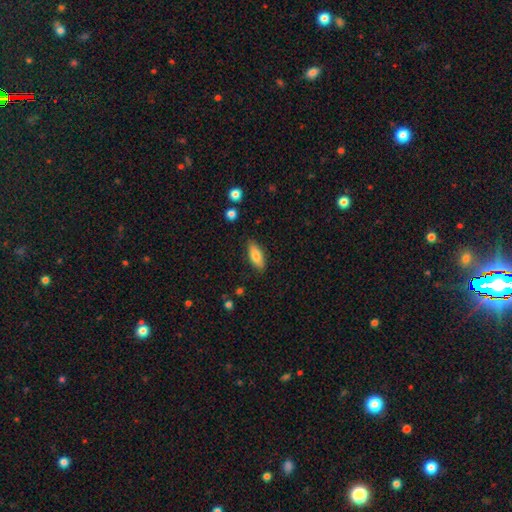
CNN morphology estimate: The model was most divided on "how rounded": in between: 77%, cigar-shaped: 21%, round: 2%. More confident: merging — none (85%); smooth or featured — smooth (81%).